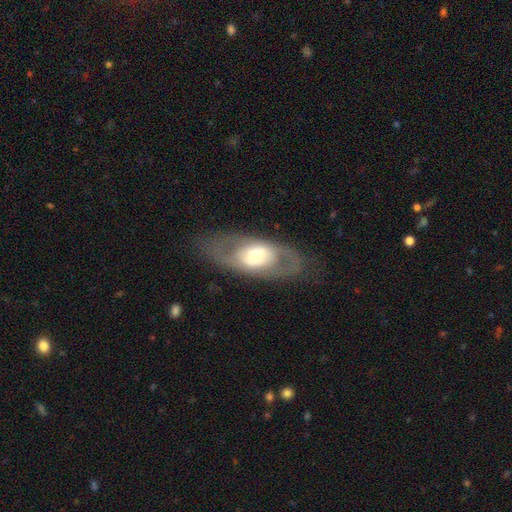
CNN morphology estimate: This is likely a featured or disk galaxy (63%). It is clearly not viewed edge-on (85%). Bar: likely no (63%). Spiral arm pattern: likely no (66%). Central bulge: possibly moderate (51%). Merging: likely none (77%).